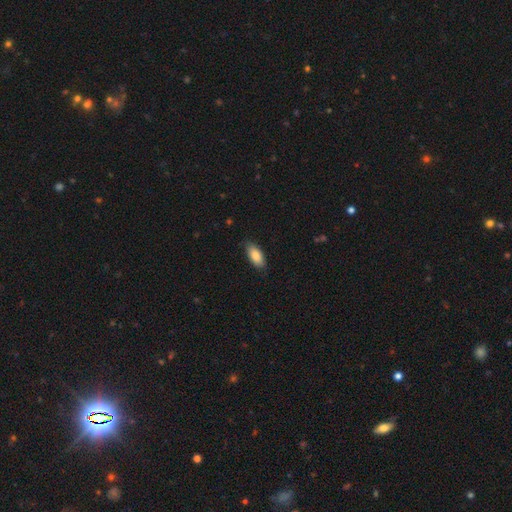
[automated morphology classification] A smooth galaxy with no disk features (86%) that is in between round and cigar-shaped (88%).

Vote fractions:
- Smooth or featured? smooth: 86% / featured or disk: 8% / star or artifact: 6%
- How rounded? in between: 88% / cigar-shaped: 10% / round: 2%
- Merging? none: 83% / minor disturbance: 14% / major disturbance: 2% / merger: 1%